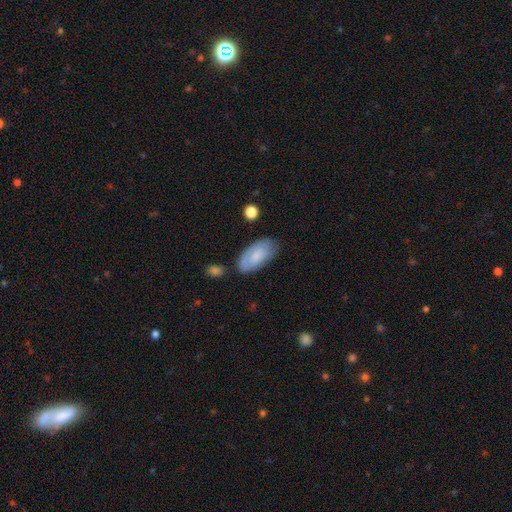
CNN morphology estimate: Smooth or featured: smooth — 69% (featured or disk — 24%)
How rounded: in between — 93% (cigar-shaped — 5%)
Merging: none — 71% (minor disturbance — 21%)